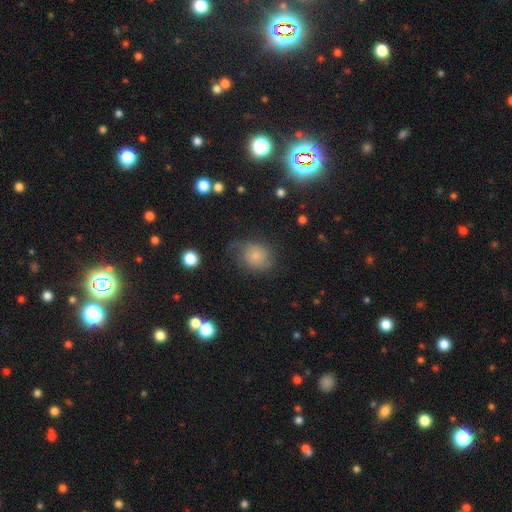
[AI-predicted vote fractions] A smooth galaxy with no disk features (65%) that is round (59%).

Vote fractions:
- Smooth or featured? smooth: 65% / featured or disk: 23% / star or artifact: 12%
- How rounded? round: 59% / in between: 40% / cigar-shaped: 1%
- Merging? none: 53% / minor disturbance: 28% / major disturbance: 17% / merger: 2%